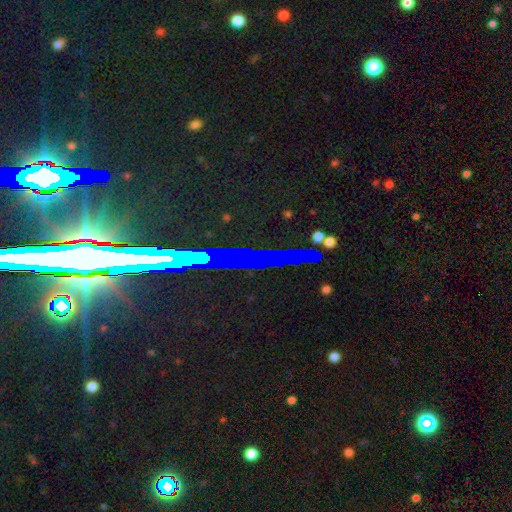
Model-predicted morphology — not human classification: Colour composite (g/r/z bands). It shows a star or artifact, not a galaxy (74%).